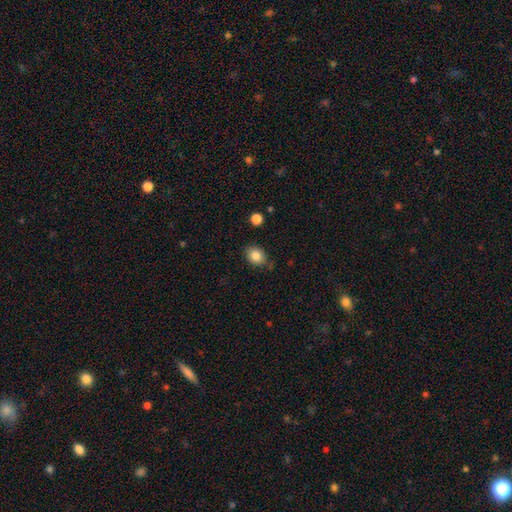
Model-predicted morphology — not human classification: Overall: smooth (84%). How rounded: in between (54%; round 45%). Merging: none (78%).